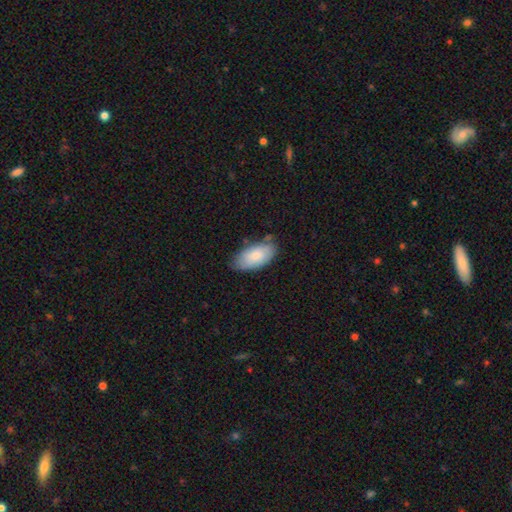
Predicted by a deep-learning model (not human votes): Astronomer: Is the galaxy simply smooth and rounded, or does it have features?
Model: smooth — 81%.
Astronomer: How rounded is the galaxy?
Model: in between — 94%.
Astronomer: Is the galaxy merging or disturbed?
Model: none — 69%.